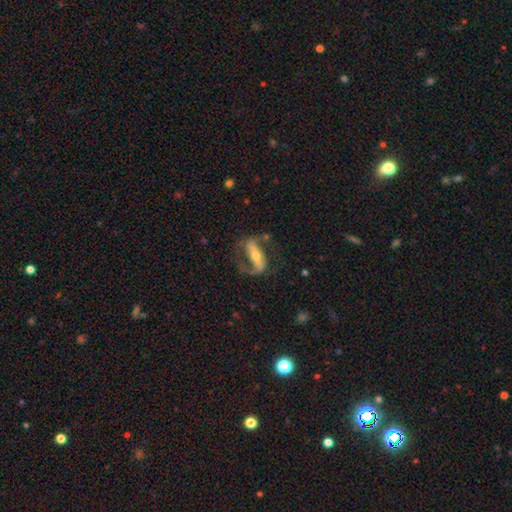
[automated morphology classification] A featured or disk galaxy (81%) with a strong bar (58%), 2 (77%) loose (42%) spiral arms (89%) and a small central bulge (49%).

Vote fractions:
- Smooth or featured? featured or disk: 81% / smooth: 12% / star or artifact: 7%
- Edge-on disk? no: 87% / yes: 13%
- Bar? strong: 58% / weak: 22% / no: 20%
- Spiral arms? yes: 89% / no: 11%
- Spiral winding? loose: 42% / medium: 39% / tight: 19%
- Spiral arm count? 2: 77% / 1: 14% / can't tell: 6% / 3: 1% / 4: 1% / more than 4: 1%
- Bulge size? small: 49% / moderate: 45% / large: 3% / none: 2% / dominant: 1%
- Merging? none: 57% / major disturbance: 23% / minor disturbance: 18% / merger: 3%